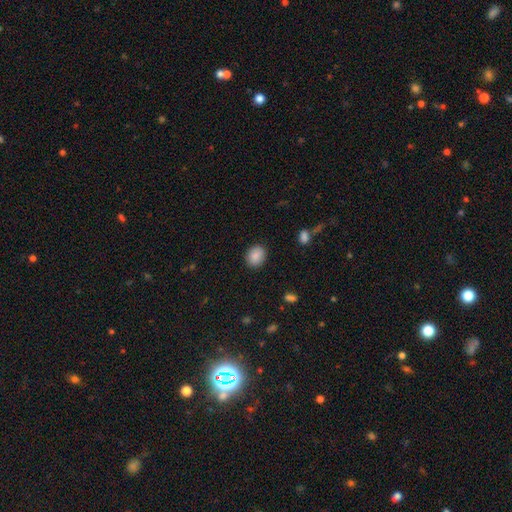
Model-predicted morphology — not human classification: Smooth or featured? Predicted: smooth (p=0.87). How rounded? Predicted: round (p=0.64). Merging? Predicted: none (p=0.89).